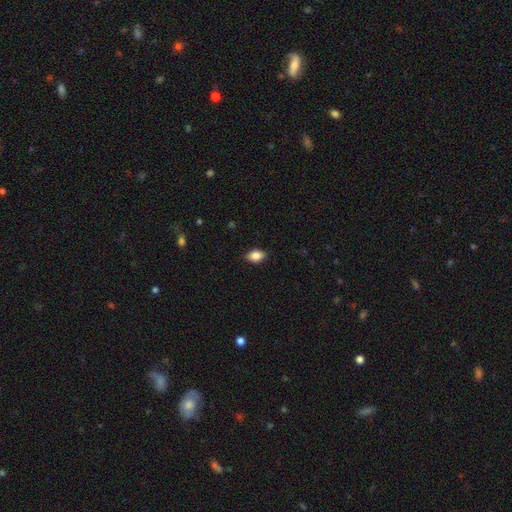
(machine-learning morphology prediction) A smooth galaxy with no disk features (85%) that is in between round and cigar-shaped (85%). Merging: none (85%).